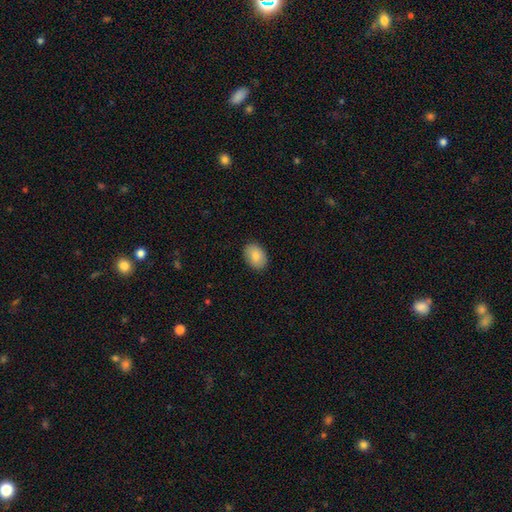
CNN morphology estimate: The model was most divided on "how rounded": in between: 80%, round: 19%, cigar-shaped: 1%. More confident: merging — none (89%); smooth or featured — smooth (84%).